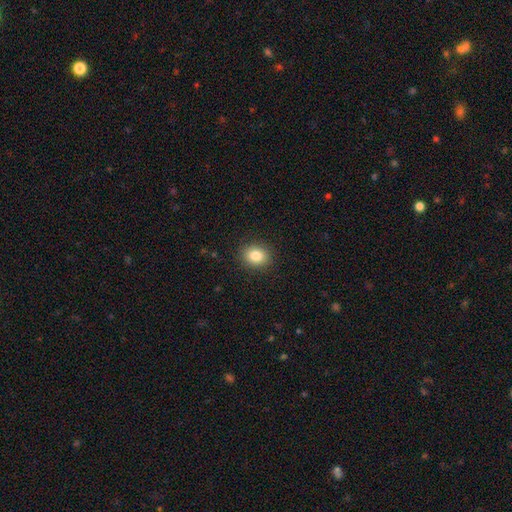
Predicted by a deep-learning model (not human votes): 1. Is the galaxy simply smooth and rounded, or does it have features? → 82% smooth, 10% star or artifact, 7% featured or disk.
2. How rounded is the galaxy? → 64% round, 35% in between, 1% cigar-shaped.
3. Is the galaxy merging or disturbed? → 89% none, 7% minor disturbance, 2% major disturbance, 1% merger.